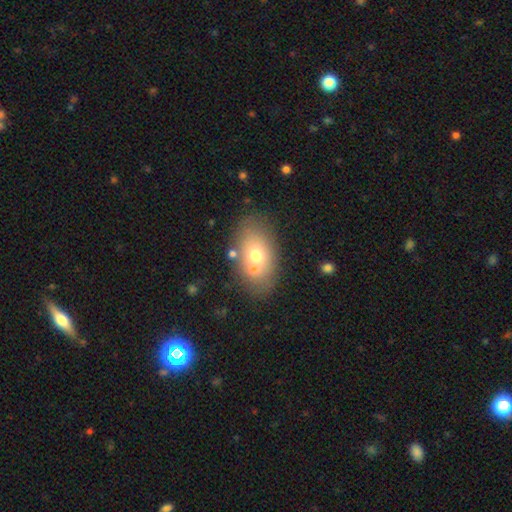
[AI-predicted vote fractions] A smooth galaxy with no disk features (65%) that is in between round and cigar-shaped (86%). Merging: none (64%).